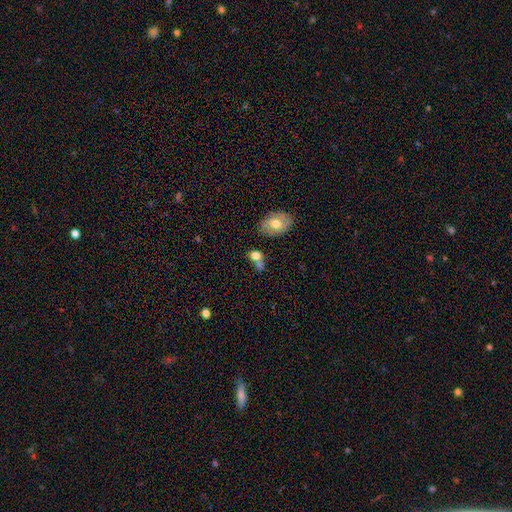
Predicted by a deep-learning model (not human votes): smooth 77%, featured or disk 13%, star or artifact 10%. Down the decision tree: how rounded — in between (56%); merging — none (43%).